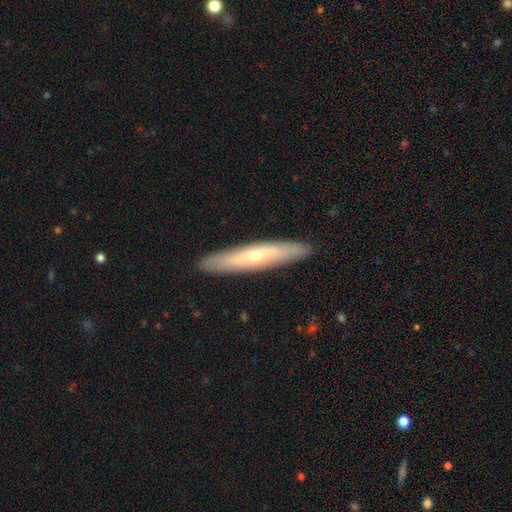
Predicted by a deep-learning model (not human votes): Smooth or featured: featured or disk — 51% (smooth — 43%)
Edge-on disk: yes — 74% (no — 26%)
Merging: none — 91% (minor disturbance — 7%)